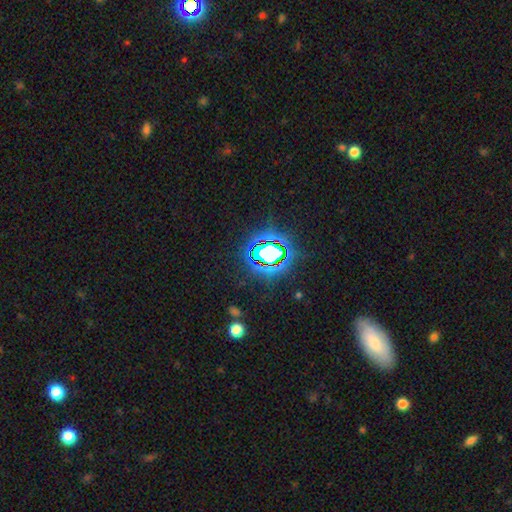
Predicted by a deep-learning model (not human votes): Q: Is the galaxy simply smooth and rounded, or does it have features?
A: star or artifact — 74%.